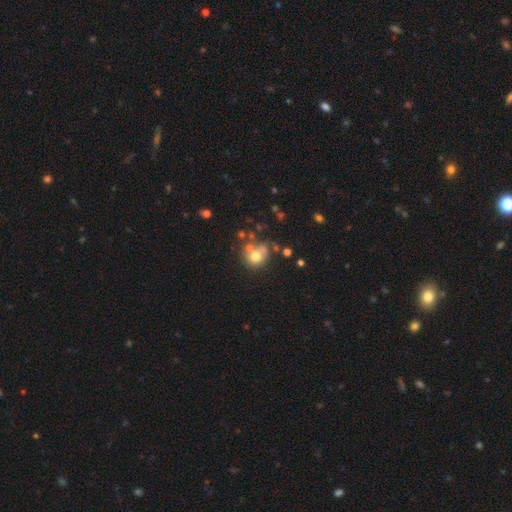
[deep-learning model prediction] Smooth or featured: smooth — 66% (featured or disk — 22%)
How rounded: round — 75% (in between — 24%)
Merging: none — 43% (merger — 30%)